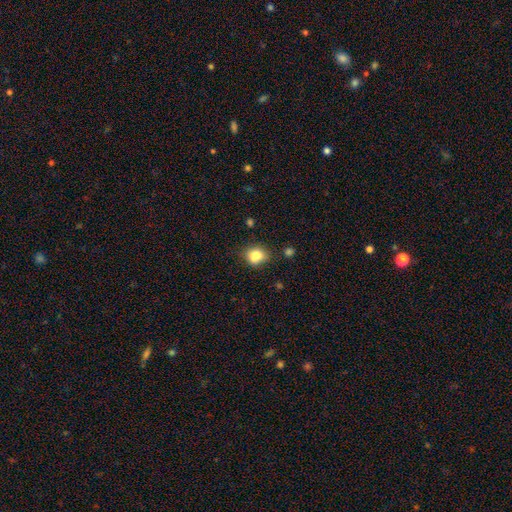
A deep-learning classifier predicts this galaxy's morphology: The model was most divided on "how rounded": round: 57%, in between: 42%, cigar-shaped: 1%. More confident: smooth or featured — smooth (82%); merging — none (63%).